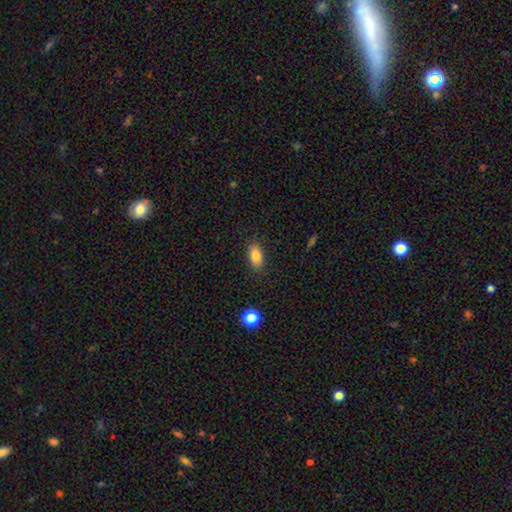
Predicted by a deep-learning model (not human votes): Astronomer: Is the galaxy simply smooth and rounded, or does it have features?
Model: smooth — 83%.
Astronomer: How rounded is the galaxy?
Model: in between — 87%.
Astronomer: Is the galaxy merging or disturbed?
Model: none — 87%.